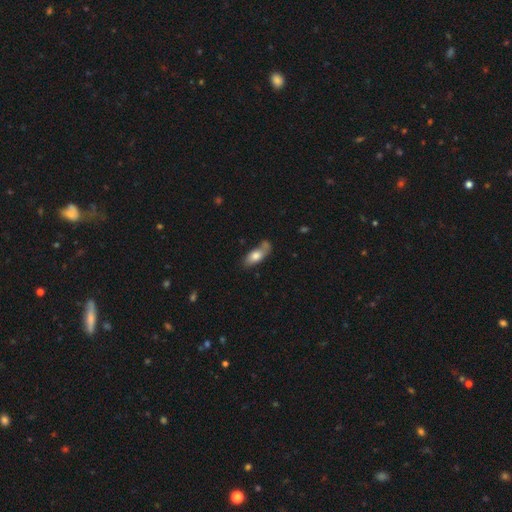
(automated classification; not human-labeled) smooth-or-featured: smooth: 72% | featured or disk: 21% | star or artifact: 7%
  how-rounded: in between: 81% | cigar-shaped: 15% | round: 4%
  merging: none: 49% | minor disturbance: 24% | merger: 17% | major disturbance: 10%